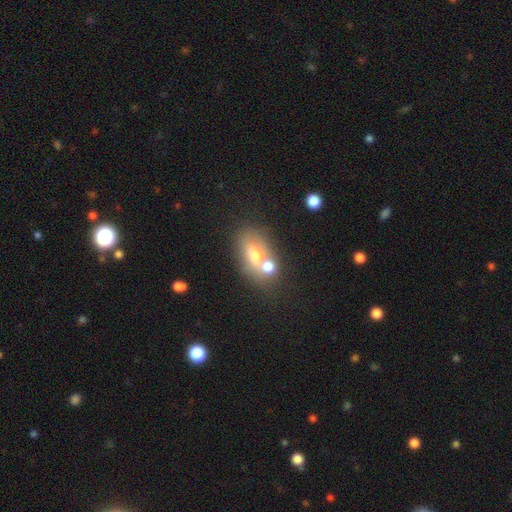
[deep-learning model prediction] Morphology: type=smooth (60%); roundness=in between (78%); merging=none (41%).